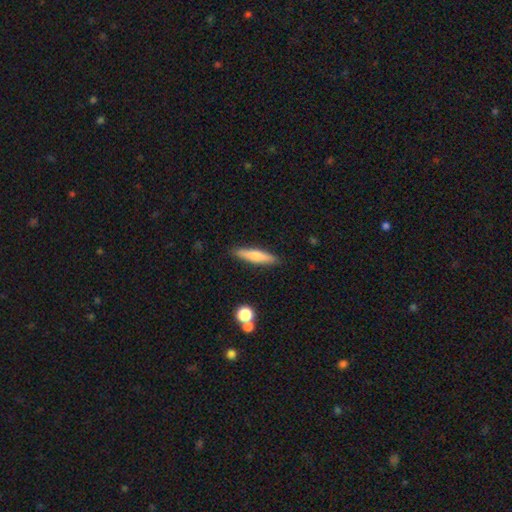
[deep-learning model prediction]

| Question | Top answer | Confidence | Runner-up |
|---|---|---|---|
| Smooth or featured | smooth | 69% | featured or disk (25%) |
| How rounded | cigar-shaped | 84% | in between (14%) |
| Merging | none | 89% | minor disturbance (8%) |